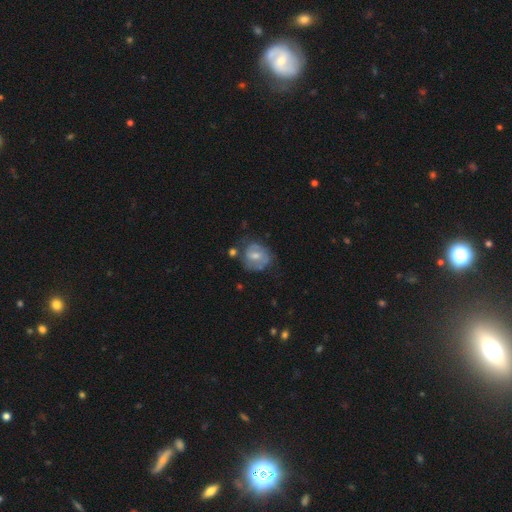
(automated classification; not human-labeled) This appears to be a featured or disk galaxy (51%). Merging: none (55%).